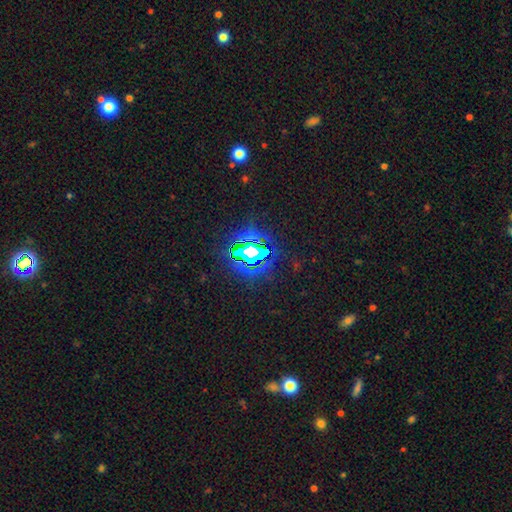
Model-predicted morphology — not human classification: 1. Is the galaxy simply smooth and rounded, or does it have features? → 77% star or artifact, 13% smooth, 10% featured or disk.